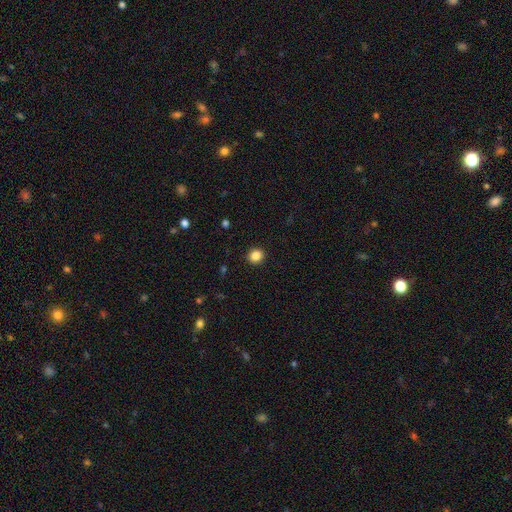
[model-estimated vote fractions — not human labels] smooth_or_featured: smooth (p=0.86) [alt: star or artifact p=0.11]
how_rounded: round (p=0.86) [alt: in between p=0.13]
merging: none (p=0.92) [alt: minor disturbance p=0.05]